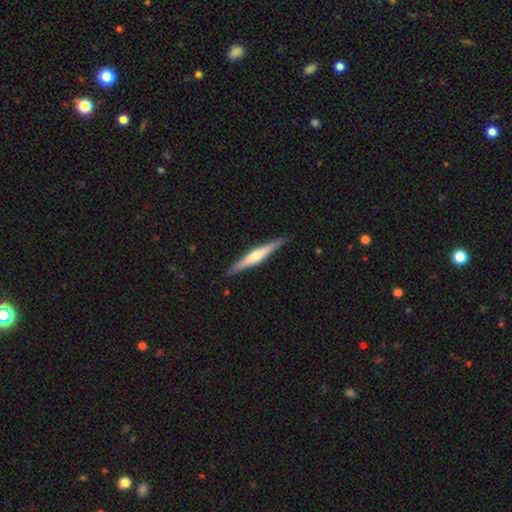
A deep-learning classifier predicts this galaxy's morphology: A featured or disk galaxy (58%) viewed edge-on (97%) with a rounded central bulge (71%). Merging: none (89%).